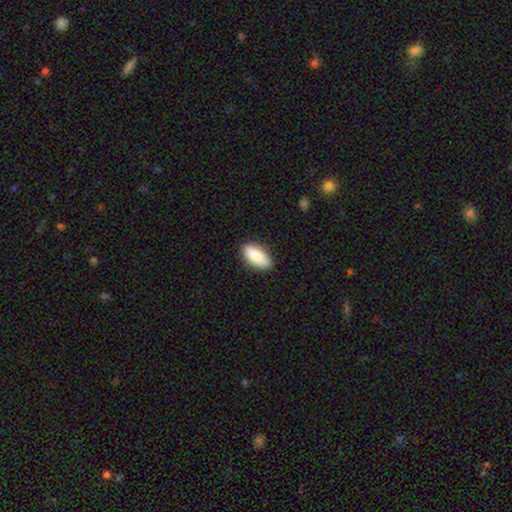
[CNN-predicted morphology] Smooth or featured?
  - smooth: 89% *
  - star or artifact: 6%
  - featured or disk: 5%
How rounded?
  - in between: 90% *
  - cigar-shaped: 8%
  - round: 2%
Merging?
  - none: 85% *
  - minor disturbance: 12%
  - major disturbance: 2%
  - merger: 1%